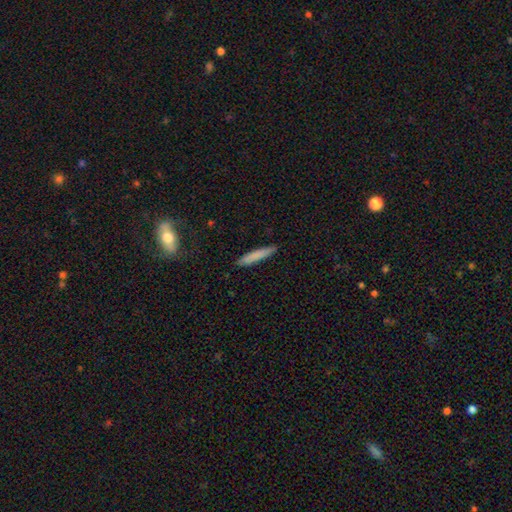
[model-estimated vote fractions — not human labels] A smooth galaxy with no disk features (79%) that is cigar-shaped (93%).

Vote fractions:
- Smooth or featured? smooth: 79% / featured or disk: 15% / star or artifact: 6%
- How rounded? cigar-shaped: 93% / in between: 6% / round: 1%
- Merging? none: 88% / minor disturbance: 9% / major disturbance: 2% / merger: 1%